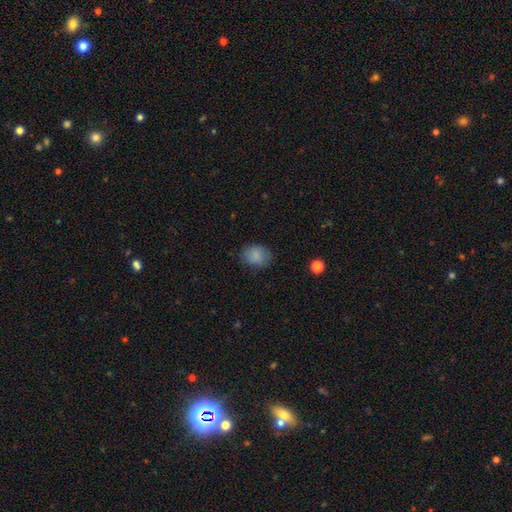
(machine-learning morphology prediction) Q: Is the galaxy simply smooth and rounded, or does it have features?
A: smooth — 86%.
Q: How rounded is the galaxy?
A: in between — 56%.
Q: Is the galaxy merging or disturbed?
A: none — 80%.